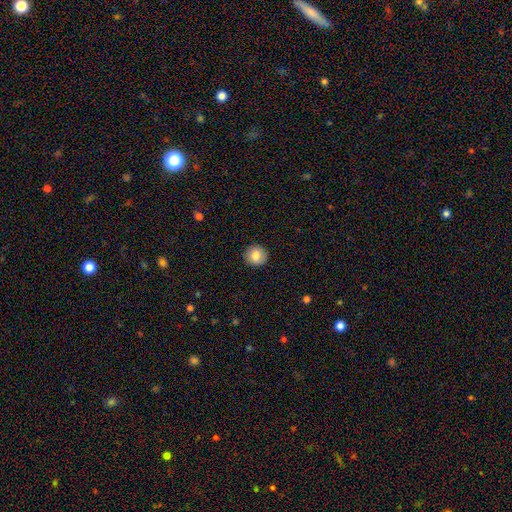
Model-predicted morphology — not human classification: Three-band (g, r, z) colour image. It shows a smooth galaxy with no disk features (81%) that is round (92%). Merging: none (90%).